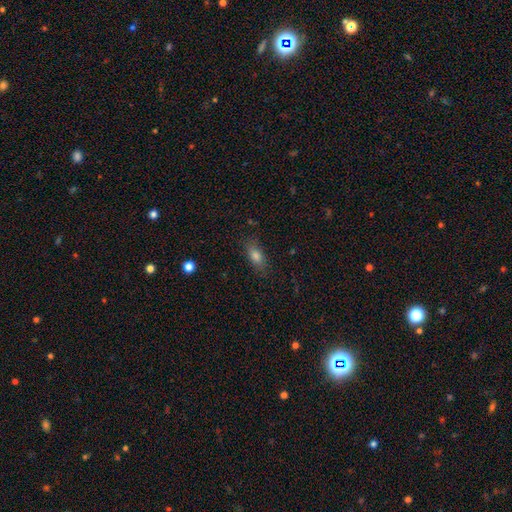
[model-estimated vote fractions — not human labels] smooth 78%, featured or disk 11%, star or artifact 11%. Down the decision tree: how rounded — in between (77%); merging — none (82%).